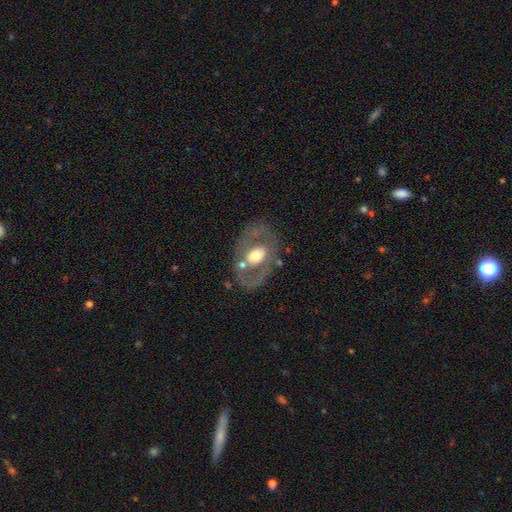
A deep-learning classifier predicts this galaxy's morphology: Smooth or featured? Predicted: featured or disk (p=0.60). Edge-on disk? Predicted: no (p=0.92). Bar? Predicted: no (p=0.69). Spiral arms? Predicted: no (p=0.80). Bulge size? Predicted: moderate (p=0.59). Merging? Predicted: none (p=0.69).